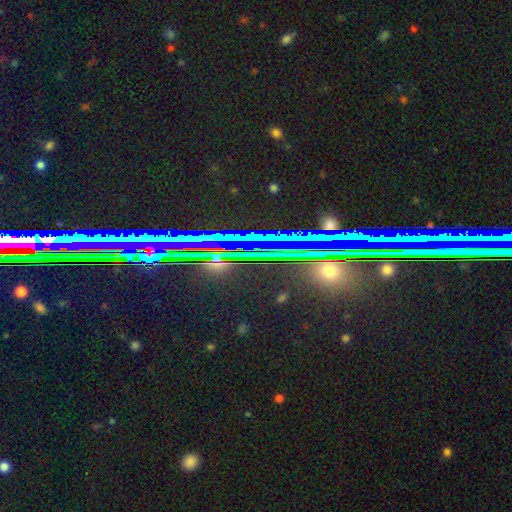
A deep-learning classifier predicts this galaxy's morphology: Q: Smooth or featured?
A: star or artifact (76%); runner-up: featured or disk (14%)